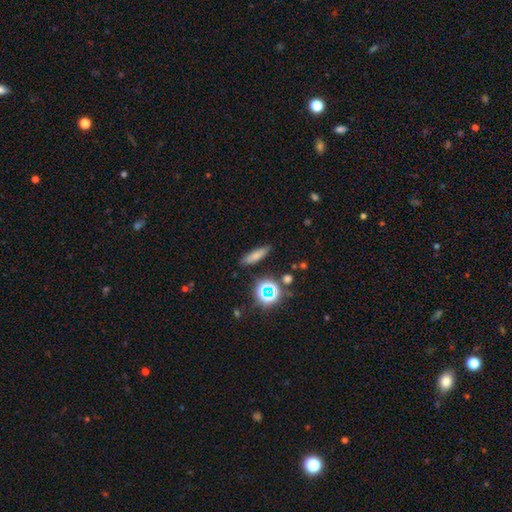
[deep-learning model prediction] Q: Smooth or featured?
A: smooth (70%); runner-up: star or artifact (17%)
Q: How rounded?
A: cigar-shaped (61%); runner-up: in between (32%)
Q: Merging?
A: none (81%); runner-up: minor disturbance (12%)